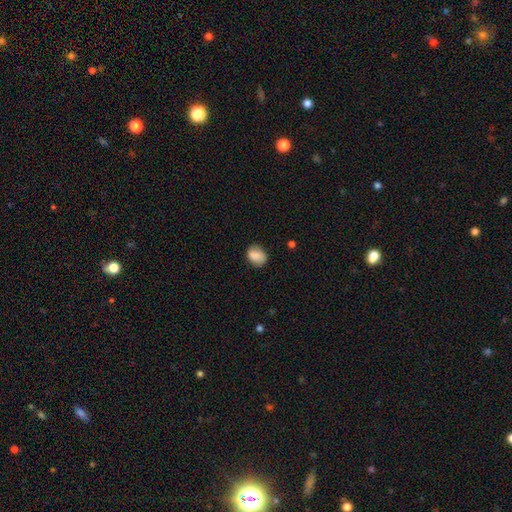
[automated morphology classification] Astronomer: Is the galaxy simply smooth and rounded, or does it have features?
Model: smooth — 83%.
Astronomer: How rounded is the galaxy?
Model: in between — 52% (runner-up: round, 47%).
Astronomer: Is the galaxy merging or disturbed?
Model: none — 73%.